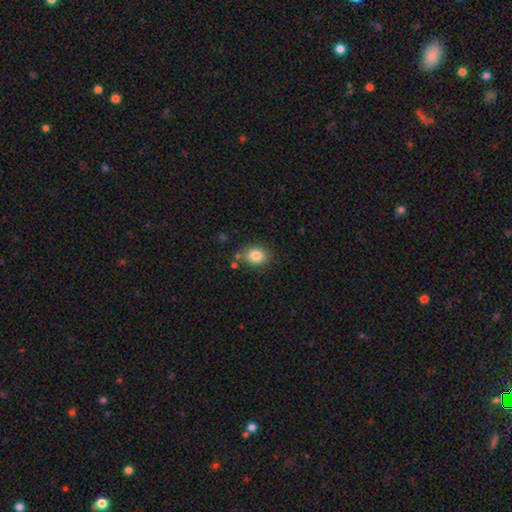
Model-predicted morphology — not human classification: The model was most divided on "how rounded": in between: 50%, round: 49%, cigar-shaped: 1%. More confident: smooth or featured — smooth (83%); merging — none (79%).